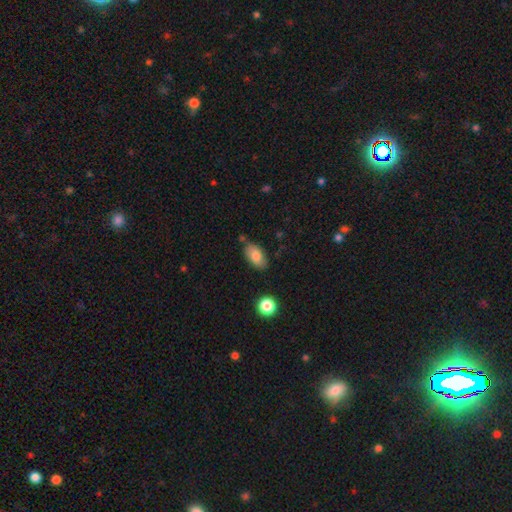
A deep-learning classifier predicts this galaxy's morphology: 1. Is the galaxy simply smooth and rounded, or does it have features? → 81% smooth, 11% featured or disk, 8% star or artifact.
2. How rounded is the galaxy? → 93% in between, 5% round, 3% cigar-shaped.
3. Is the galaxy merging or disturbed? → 74% none, 17% minor disturbance, 5% merger, 4% major disturbance.